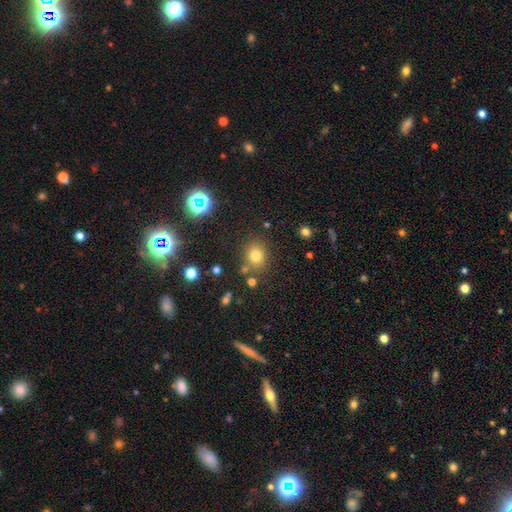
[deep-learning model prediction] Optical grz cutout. It shows a smooth galaxy with no disk features (75%) that is round (74%). Merging: none (78%).